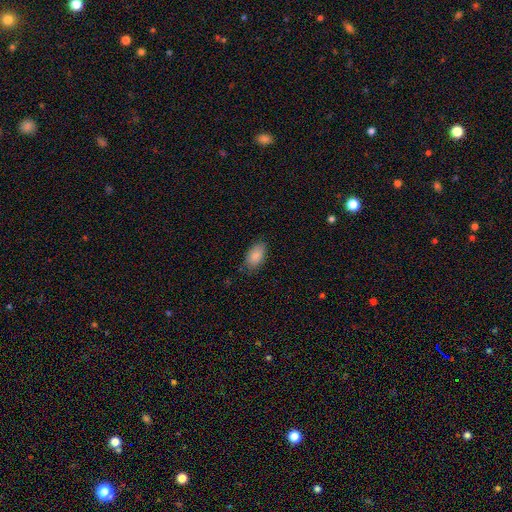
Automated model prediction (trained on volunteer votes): Overall: smooth (87%). How rounded: in between (93%). Merging: none (82%).